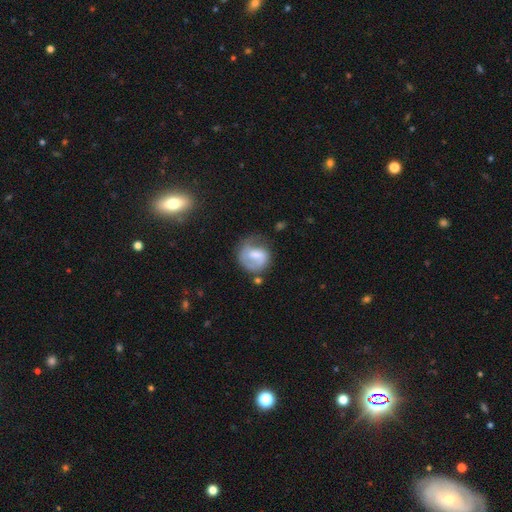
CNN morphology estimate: Smooth or featured?
  - featured or disk: 52% *
  - smooth: 41%
  - star or artifact: 7%
Edge-on disk?
  - no: 98% *
  - yes: 2%
Bar?
  - weak: 46% *
  - no: 38%
  - strong: 16%
Spiral arms?
  - yes: 75% *
  - no: 25%
Bulge size?
  - moderate: 36% *
  - none: 24%
  - small: 22%
  - large: 16%
  - dominant: 2%
Merging?
  - none: 50% *
  - minor disturbance: 24%
  - major disturbance: 22%
  - merger: 4%